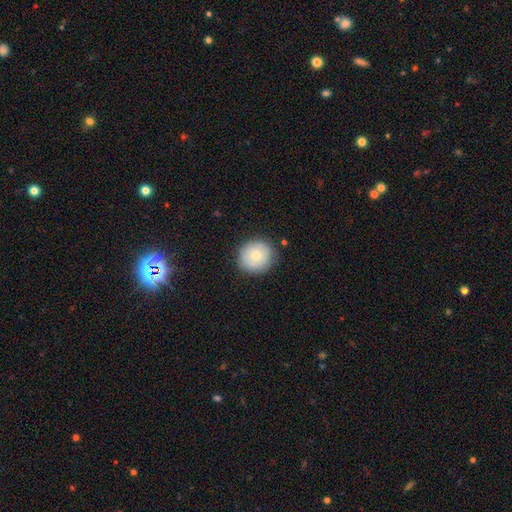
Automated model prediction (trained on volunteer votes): Smooth or featured? smooth (74%)
How rounded? round (89%)
Merging? none (85%)